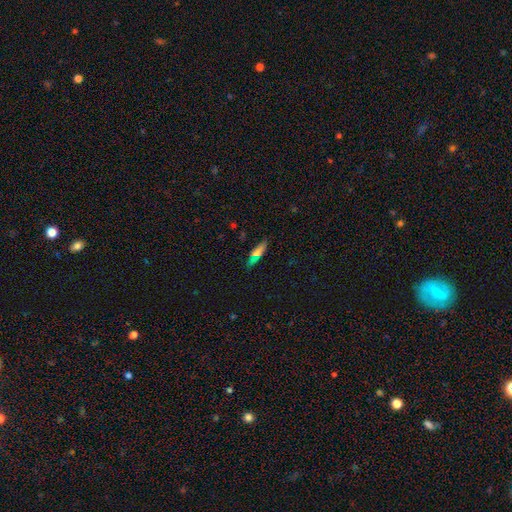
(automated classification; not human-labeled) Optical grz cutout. It shows a smooth galaxy with no disk features (51%) that is cigar-shaped (72%). Merging: none (84%).